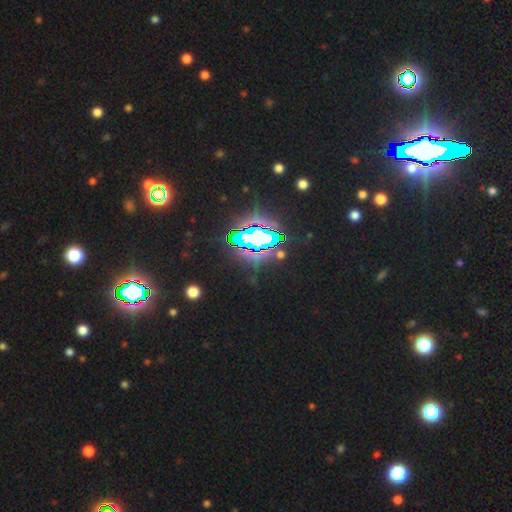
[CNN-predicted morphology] This is likely a star or artifact rather than a galaxy (73%).